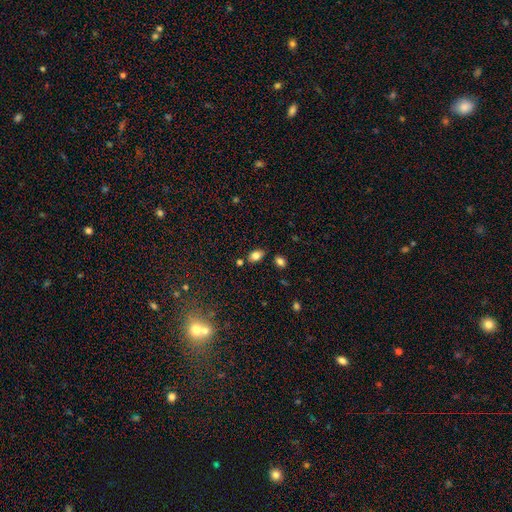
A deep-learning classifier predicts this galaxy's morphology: Smooth or featured? Predicted: smooth (p=0.80). How rounded? Predicted: in between (p=0.85). Merging? Predicted: none (p=0.79).